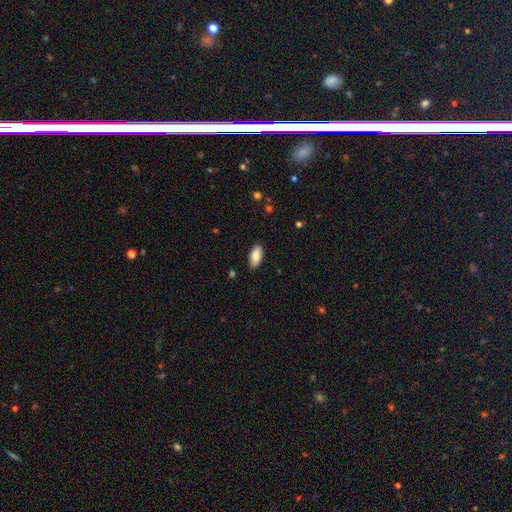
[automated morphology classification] smooth-or-featured: smooth: 84% | featured or disk: 9% | star or artifact: 6%
  how-rounded: in between: 92% | cigar-shaped: 6% | round: 2%
  merging: none: 87% | minor disturbance: 10% | major disturbance: 2% | merger: 1%